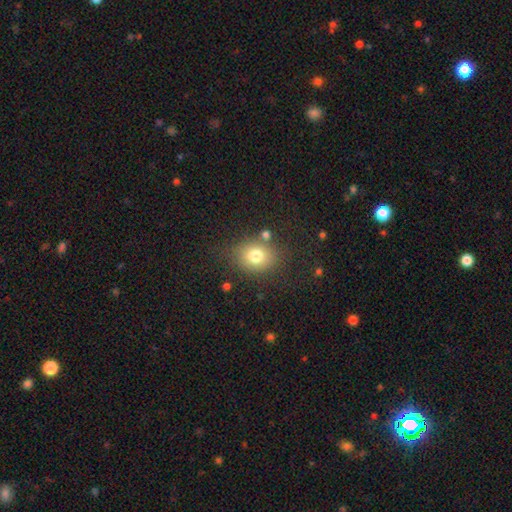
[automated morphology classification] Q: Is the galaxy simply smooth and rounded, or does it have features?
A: smooth — 77%.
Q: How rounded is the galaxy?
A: round — 58%.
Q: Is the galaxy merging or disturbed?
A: none — 75%.